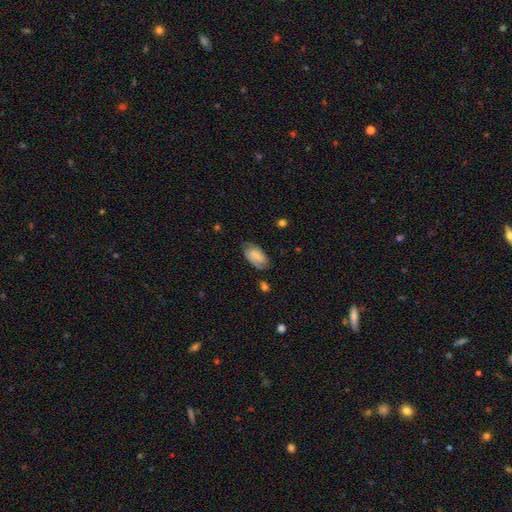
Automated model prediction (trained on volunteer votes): Smooth or featured: smooth — 66% (featured or disk — 26%)
How rounded: in between — 93% (round — 4%)
Merging: none — 58% (minor disturbance — 30%)